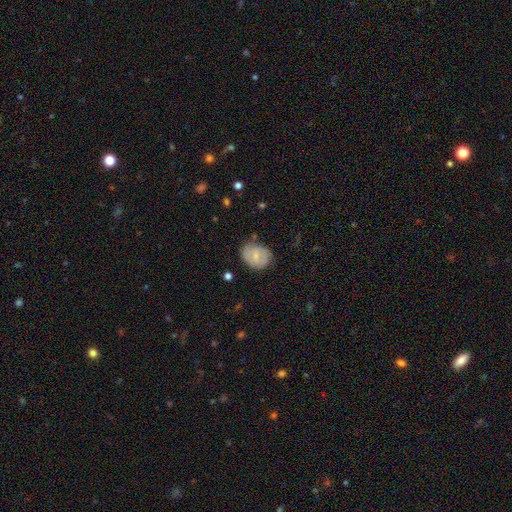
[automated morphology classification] The model was most divided on "how rounded": in between: 55%, round: 44%, cigar-shaped: 1%. More confident: merging — none (68%); smooth or featured — smooth (53%).